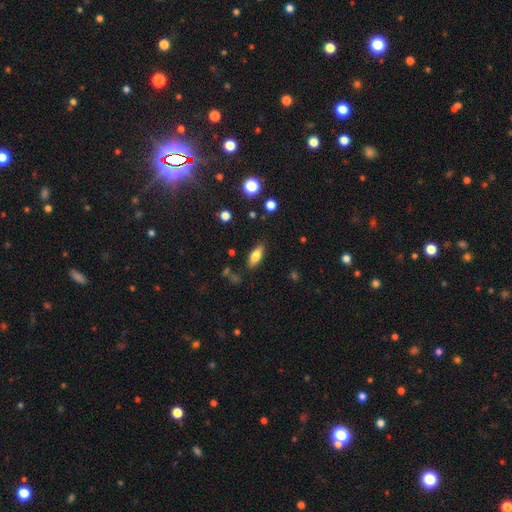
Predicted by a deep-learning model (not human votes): smooth_or_featured: smooth (p=0.77) [alt: featured or disk p=0.15]
how_rounded: in between (p=0.80) [alt: cigar-shaped p=0.17]
merging: none (p=0.83) [alt: minor disturbance p=0.12]